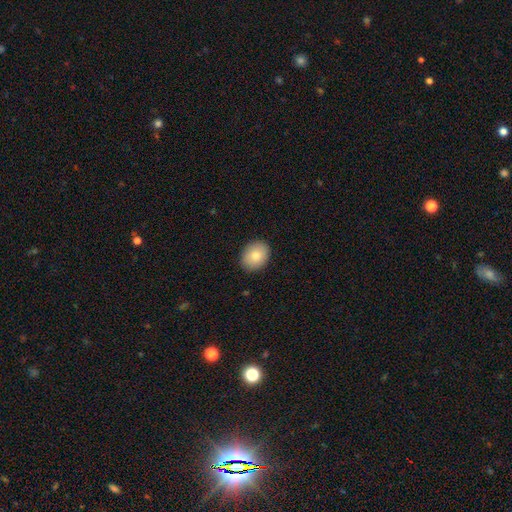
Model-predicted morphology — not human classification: A smooth galaxy with no disk features (82%) that is in between round and cigar-shaped (54%). Merging: none (89%).